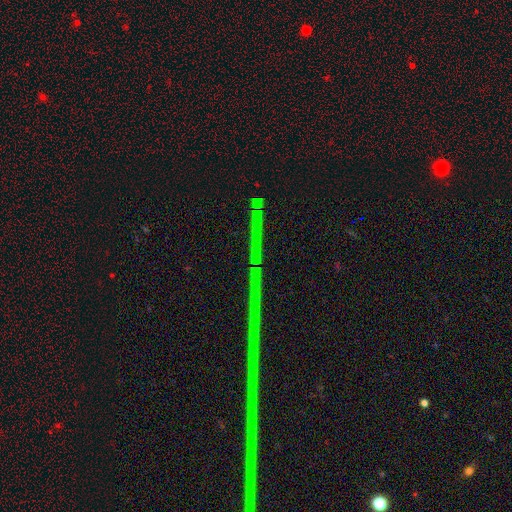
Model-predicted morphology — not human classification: Smooth or featured? Predicted: star or artifact (p=0.82).